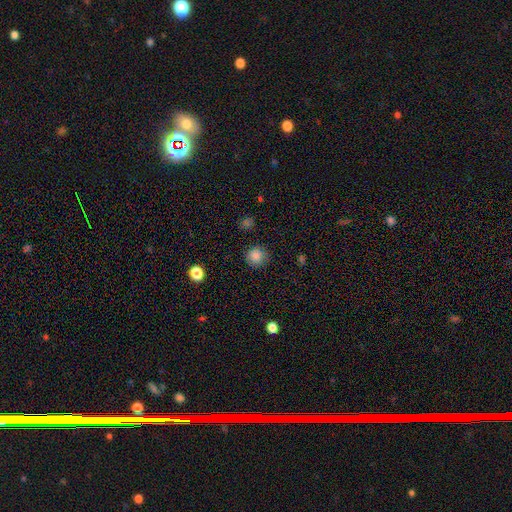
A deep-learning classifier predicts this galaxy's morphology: This is clearly a smooth galaxy (85%). How rounded: clearly round (92%). Merging: clearly none (86%).